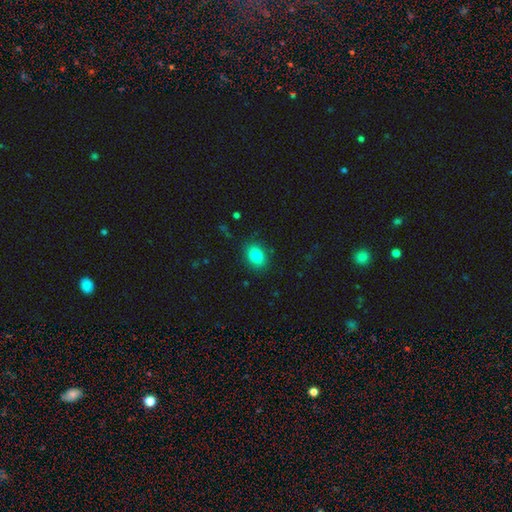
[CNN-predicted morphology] This is clearly a smooth galaxy (84%). How rounded: likely in between (63%). Merging: clearly none (87%).